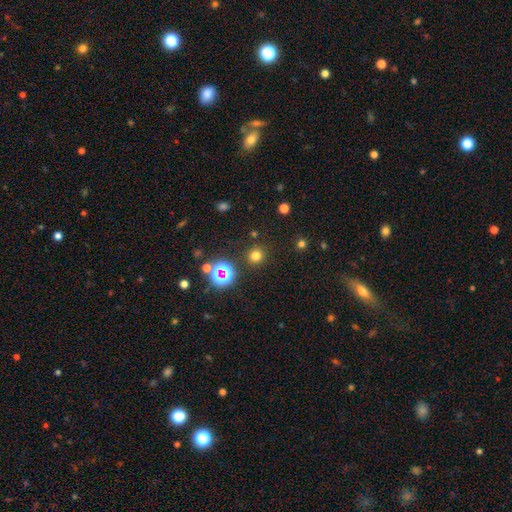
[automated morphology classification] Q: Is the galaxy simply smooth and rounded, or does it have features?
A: smooth — 73%.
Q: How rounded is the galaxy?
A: round — 93%.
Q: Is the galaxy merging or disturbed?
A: none — 89%.